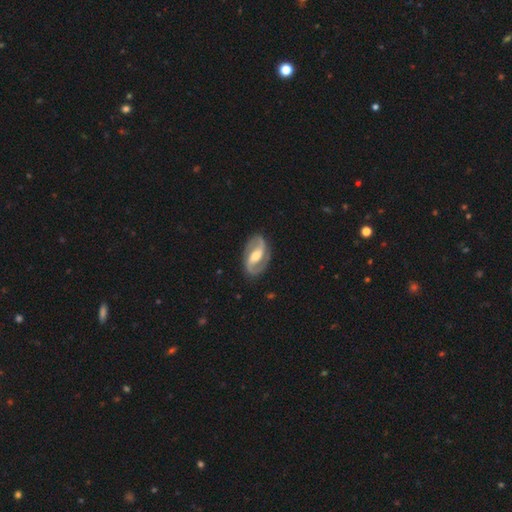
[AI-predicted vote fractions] Smooth or featured: featured or disk — 89% (smooth — 7%)
Edge-on disk: no — 97% (yes — 3%)
Bar: strong — 47% (weak — 36%)
Spiral arms: yes — 96% (no — 4%)
Spiral winding: medium — 53% (tight — 27%)
Spiral arm count: 2 — 93% (can't tell — 2%)
Bulge size: moderate — 68% (small — 23%)
Merging: none — 86% (minor disturbance — 10%)